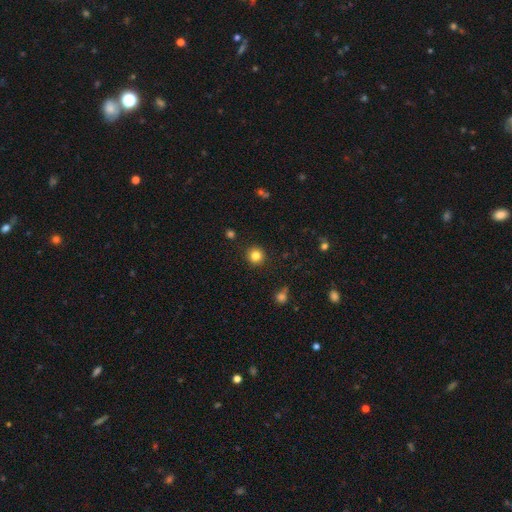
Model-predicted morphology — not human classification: Smooth or featured: smooth — 83% (star or artifact — 12%)
How rounded: round — 94% (in between — 5%)
Merging: none — 91% (minor disturbance — 5%)